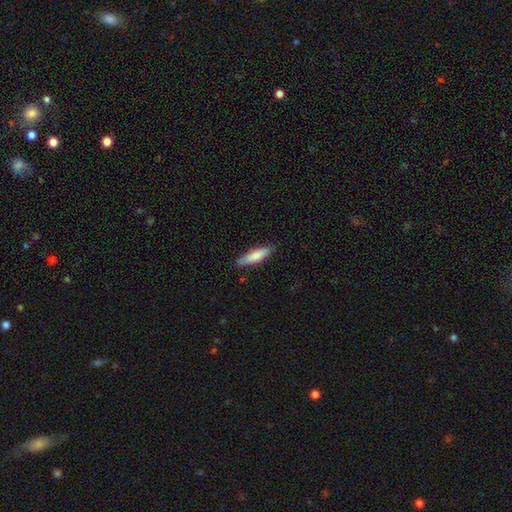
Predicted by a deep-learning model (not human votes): Smooth or featured? Predicted: smooth (p=0.75). How rounded? Predicted: cigar-shaped (p=0.75). Merging? Predicted: none (p=0.87).